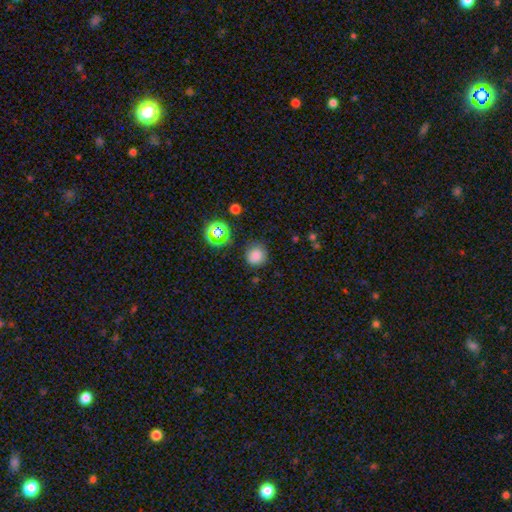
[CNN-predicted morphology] smooth 79%, star or artifact 16%, featured or disk 5%. Down the decision tree: how rounded — round (90%); merging — none (80%).